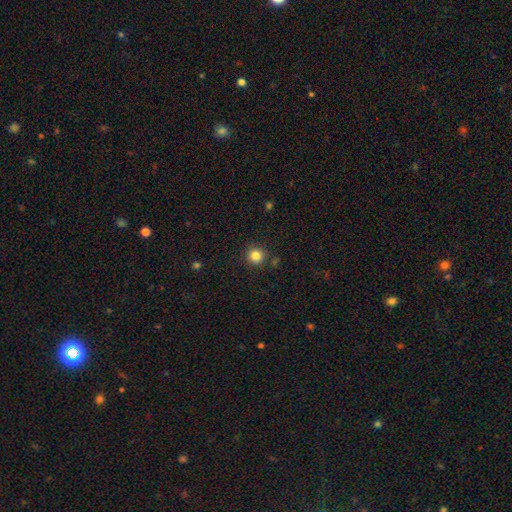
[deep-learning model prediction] Smooth or featured?
  - smooth: 84% *
  - star or artifact: 12%
  - featured or disk: 4%
How rounded?
  - round: 94% *
  - in between: 5%
  - cigar-shaped: 1%
Merging?
  - none: 88% *
  - minor disturbance: 7%
  - merger: 3%
  - major disturbance: 2%